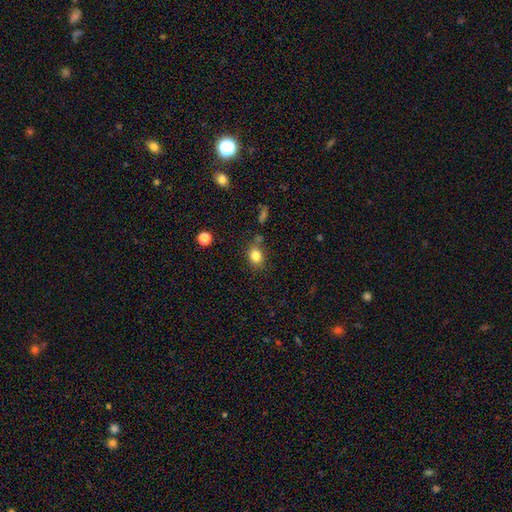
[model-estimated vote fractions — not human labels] Morphology: type=smooth (82%); roundness=in between (57%); merging=none (72%).